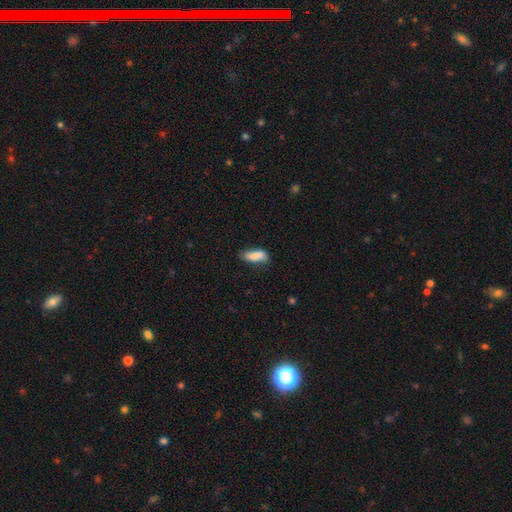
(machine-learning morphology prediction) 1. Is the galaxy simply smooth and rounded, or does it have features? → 80% smooth, 13% featured or disk, 7% star or artifact.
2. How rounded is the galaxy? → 72% in between, 25% cigar-shaped, 3% round.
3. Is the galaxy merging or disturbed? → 60% none, 29% minor disturbance, 7% major disturbance, 4% merger.